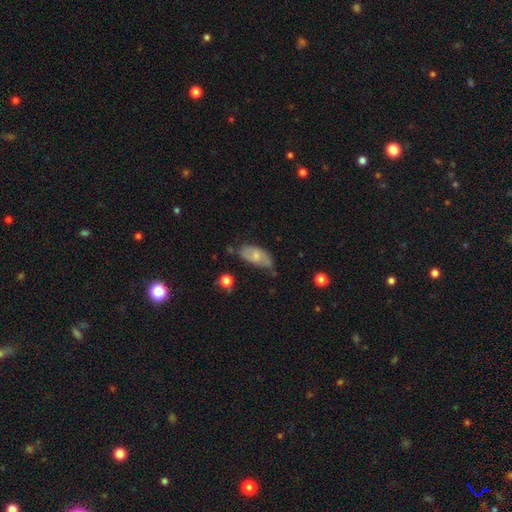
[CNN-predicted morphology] The model was most divided on "merging": none: 52%, minor disturbance: 35%, major disturbance: 9%, merger: 4%. More confident: how rounded — in between (91%); smooth or featured — smooth (58%).